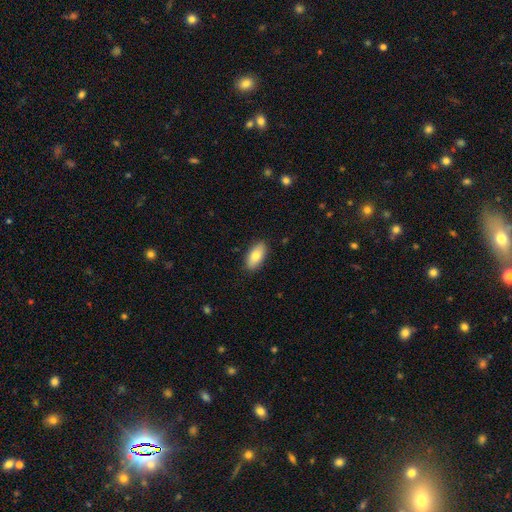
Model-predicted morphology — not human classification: Overall: smooth (80%). How rounded: in between (91%). Merging: none (88%).